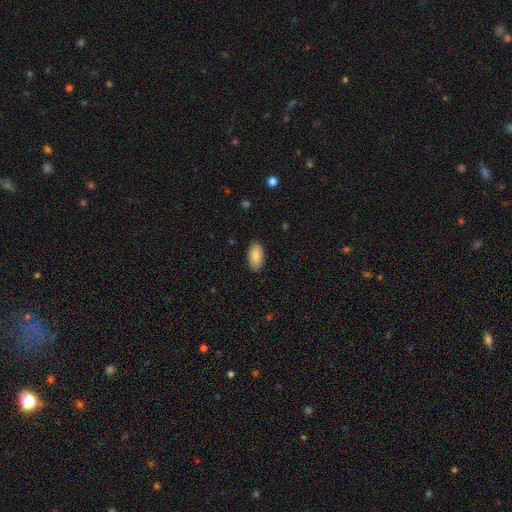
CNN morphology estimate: Overall: smooth (87%). How rounded: in between (94%). Merging: none (86%).